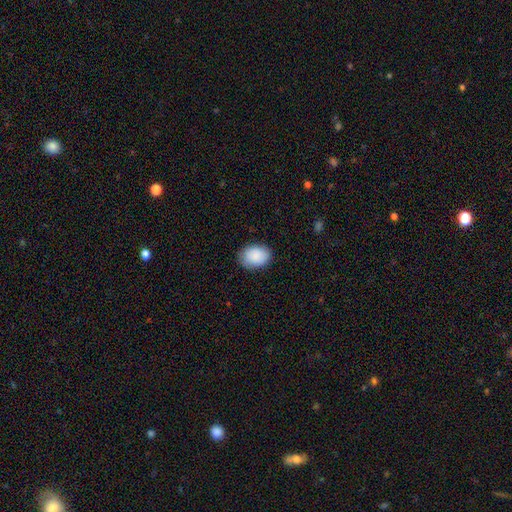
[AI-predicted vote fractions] This appears to be a smooth galaxy with no disk features (88%) that is in between round and cigar-shaped (70%). Merging: none (82%).